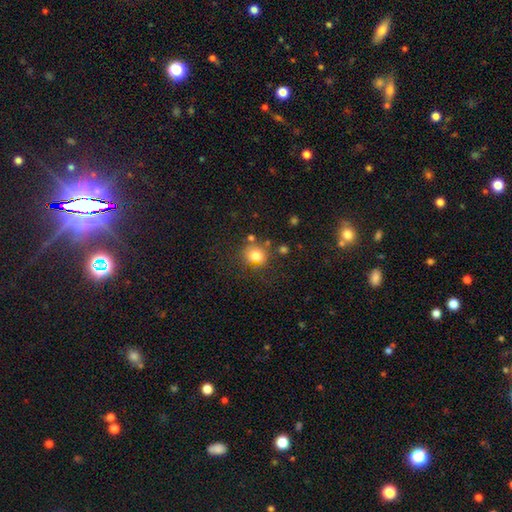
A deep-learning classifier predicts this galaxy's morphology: The model was most divided on "merging": none: 67%, minor disturbance: 17%, merger: 10%, major disturbance: 7%. More confident: how rounded — round (81%); smooth or featured — smooth (79%).